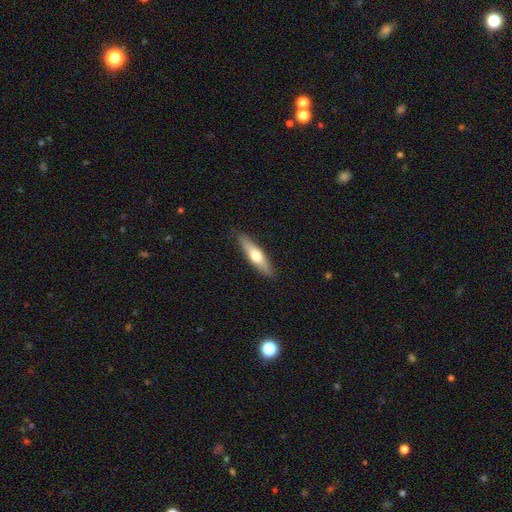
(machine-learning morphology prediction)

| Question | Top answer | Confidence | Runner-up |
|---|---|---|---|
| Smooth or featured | smooth | 54% | featured or disk (41%) |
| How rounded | cigar-shaped | 75% | in between (23%) |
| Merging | none | 88% | minor disturbance (9%) |